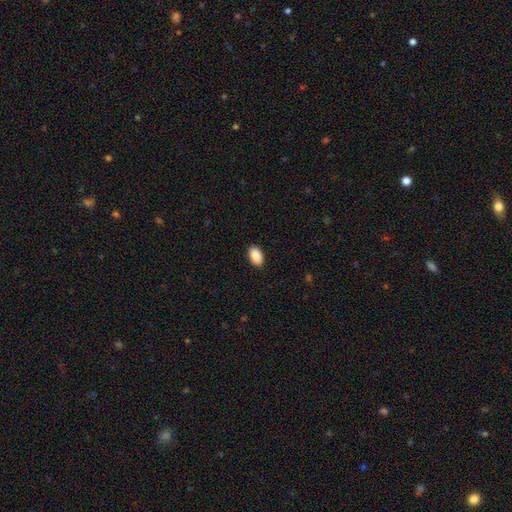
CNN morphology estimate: Smooth or featured: smooth — 91% (star or artifact — 7%)
How rounded: in between — 94% (round — 5%)
Merging: none — 90% (minor disturbance — 7%)